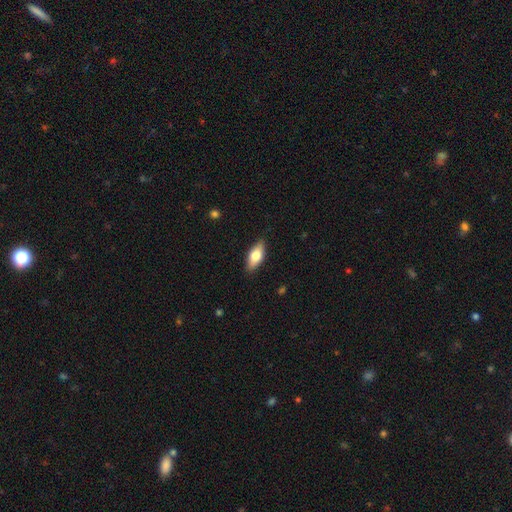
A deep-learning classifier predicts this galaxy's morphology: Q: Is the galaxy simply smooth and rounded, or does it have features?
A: smooth — 63%.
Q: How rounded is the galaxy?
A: in between — 79%.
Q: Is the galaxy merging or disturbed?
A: none — 86%.